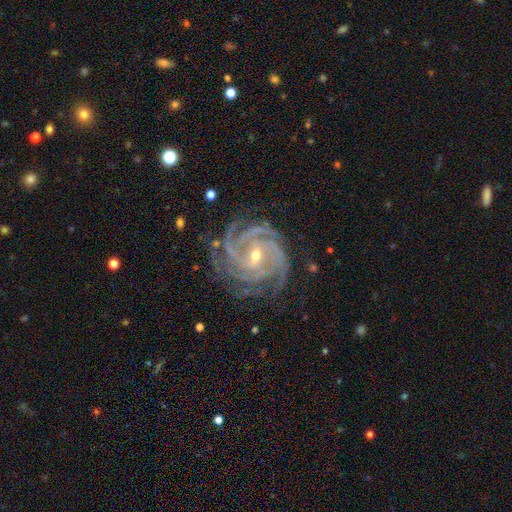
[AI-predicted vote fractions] Smooth or featured? Predicted: featured or disk (p=0.93). Edge-on disk? Predicted: no (p=0.98). Bar? Predicted: weak (p=0.48). Spiral arms? Predicted: yes (p=0.99). Spiral winding? Predicted: tight (p=0.71). Spiral arm count? Predicted: 4 (p=0.39). Bulge size? Predicted: small (p=0.55). Merging? Predicted: none (p=0.76).